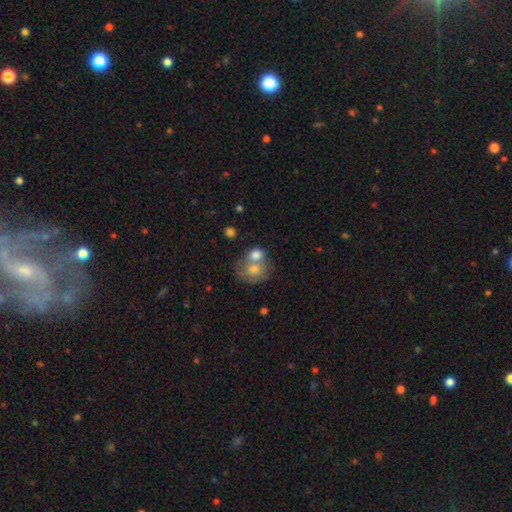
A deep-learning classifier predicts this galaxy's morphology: A smooth galaxy with no disk features (73%) that is round (59%). Merging: merger (63%).